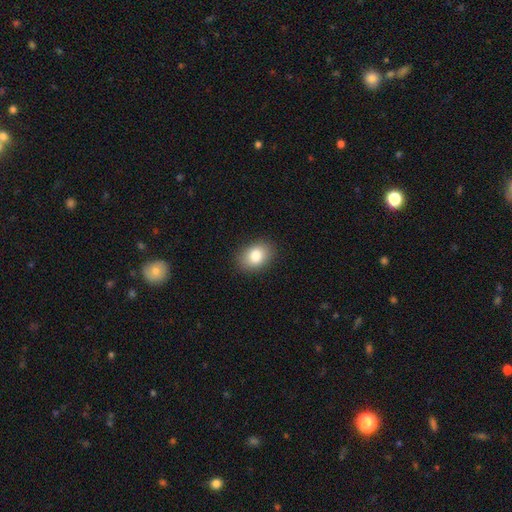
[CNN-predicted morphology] A smooth galaxy with no disk features (82%) that is in between round and cigar-shaped (75%). Merging: none (88%).